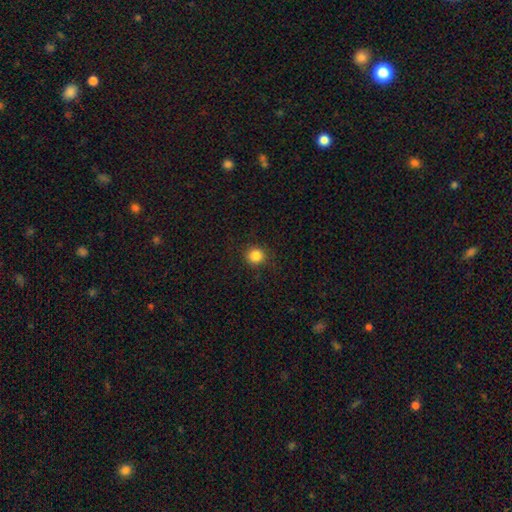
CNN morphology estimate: type=smooth (85%); roundness=round (92%); merging=none (89%).